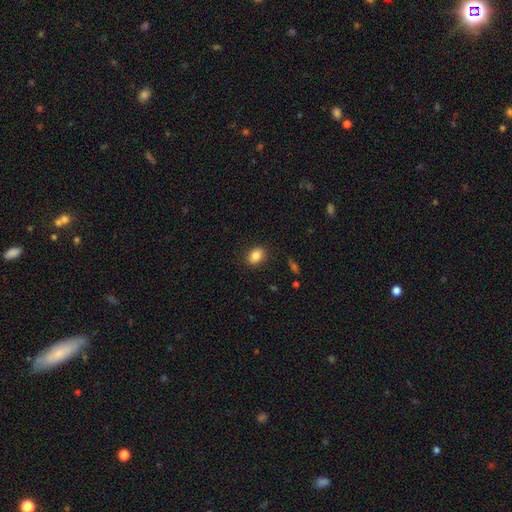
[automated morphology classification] This is clearly a smooth galaxy (85%). How rounded: likely in between (64%). Merging: clearly none (87%).